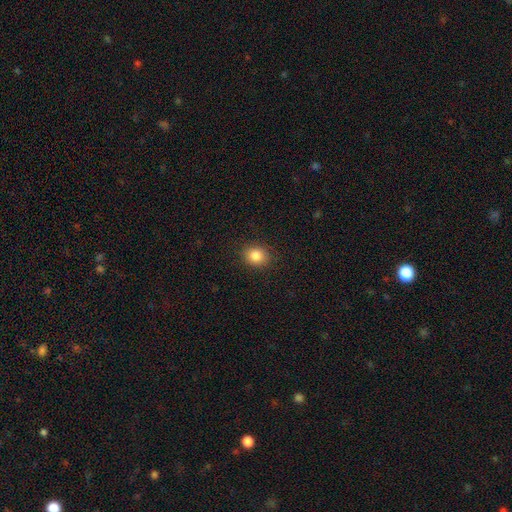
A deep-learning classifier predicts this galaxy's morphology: A smooth galaxy with no disk features (85%) that is round (66%).

Vote fractions:
- Smooth or featured? smooth: 85% / star or artifact: 10% / featured or disk: 5%
- How rounded? round: 66% / in between: 33% / cigar-shaped: 1%
- Merging? none: 88% / minor disturbance: 8% / major disturbance: 3% / merger: 1%